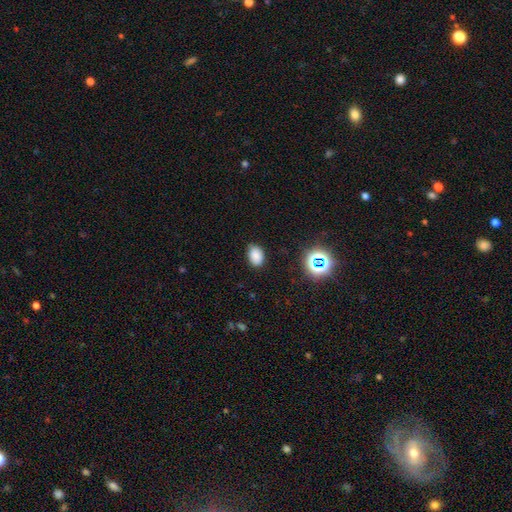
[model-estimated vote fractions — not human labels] This appears to be a smooth galaxy with no disk features (80%) that is in between round and cigar-shaped (77%). Merging: none (81%).